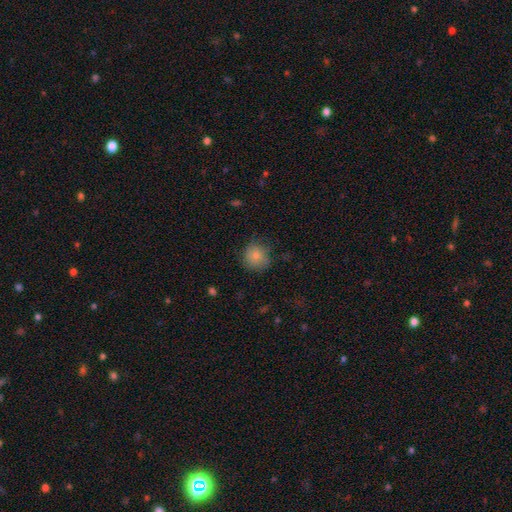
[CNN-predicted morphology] A smooth galaxy with no disk features (81%) that is round (89%).

Vote fractions:
- Smooth or featured? smooth: 81% / star or artifact: 10% / featured or disk: 8%
- How rounded? round: 89% / in between: 10% / cigar-shaped: 1%
- Merging? none: 74% / minor disturbance: 19% / major disturbance: 5% / merger: 1%